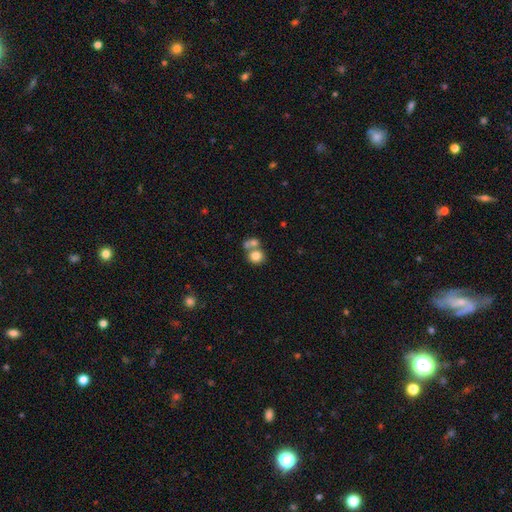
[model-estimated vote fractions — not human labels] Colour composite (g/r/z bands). It shows a smooth galaxy with no disk features (79%) that is round (79%). Merging: merger (45%).